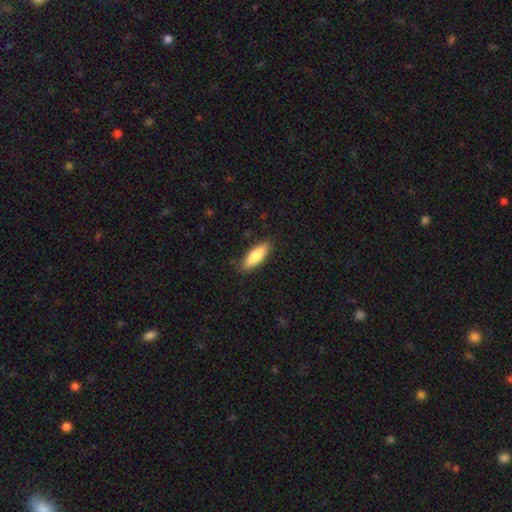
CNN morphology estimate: Smooth or featured?
  - smooth: 82% *
  - featured or disk: 13%
  - star or artifact: 5%
How rounded?
  - in between: 56% *
  - cigar-shaped: 42%
  - round: 2%
Merging?
  - none: 87% *
  - minor disturbance: 10%
  - major disturbance: 2%
  - merger: 1%